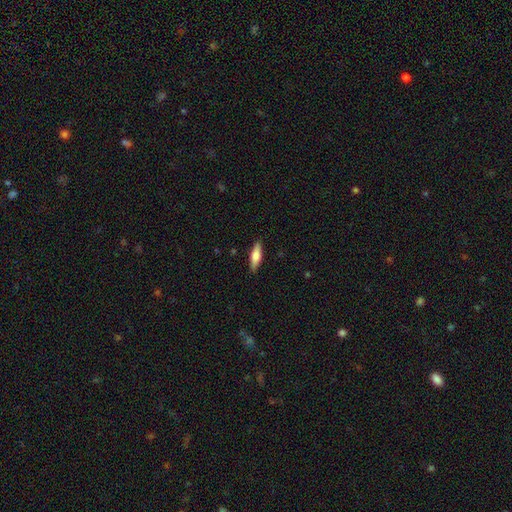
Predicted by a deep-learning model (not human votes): Q: Smooth or featured?
A: smooth (64%); runner-up: featured or disk (30%)
Q: How rounded?
A: cigar-shaped (55%); runner-up: in between (43%)
Q: Merging?
A: none (89%); runner-up: minor disturbance (9%)